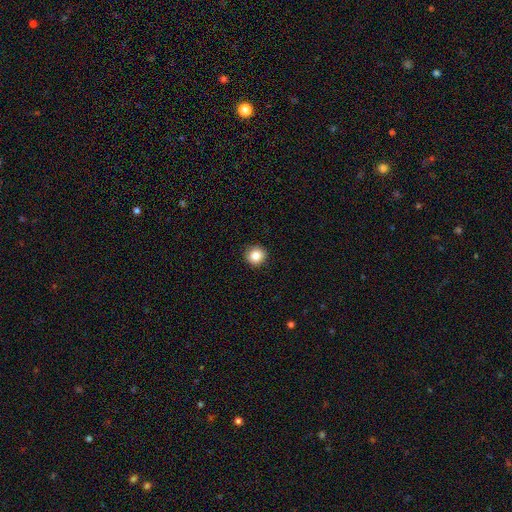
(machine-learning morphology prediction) Overall: smooth (86%). How rounded: round (93%). Merging: none (92%).